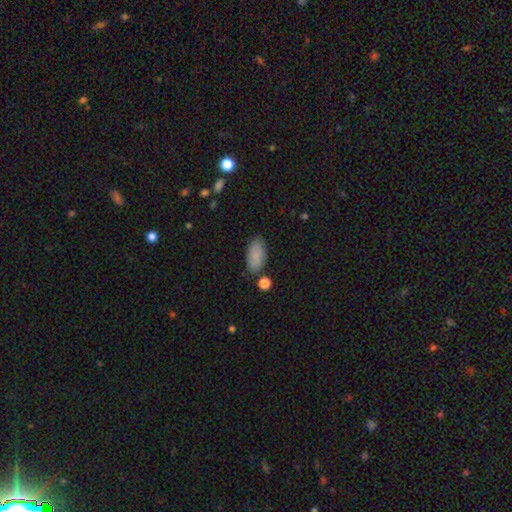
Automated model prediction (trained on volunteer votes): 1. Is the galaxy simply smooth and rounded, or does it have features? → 87% smooth, 7% star or artifact, 6% featured or disk.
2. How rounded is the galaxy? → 93% in between, 4% cigar-shaped, 3% round.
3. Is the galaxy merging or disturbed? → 77% none, 15% minor disturbance, 5% merger, 4% major disturbance.